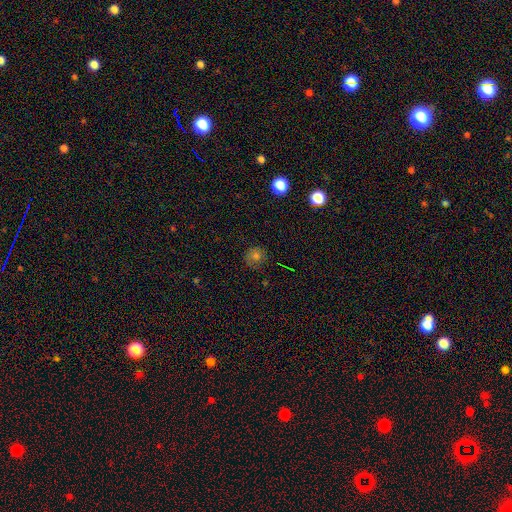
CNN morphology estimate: type=smooth (68%); roundness=round (89%); merging=none (79%).